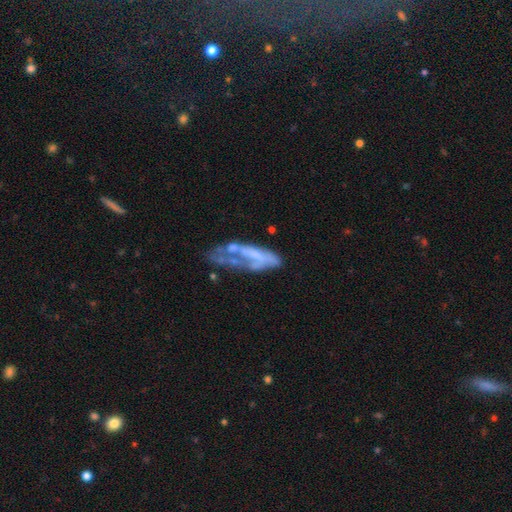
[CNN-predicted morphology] Smooth or featured? featured or disk (63%)
Edge-on disk? no (87%)
Bar? no (73%)
Spiral arms? no (67%)
Bulge size? none (64%)
Merging? major disturbance (37%)